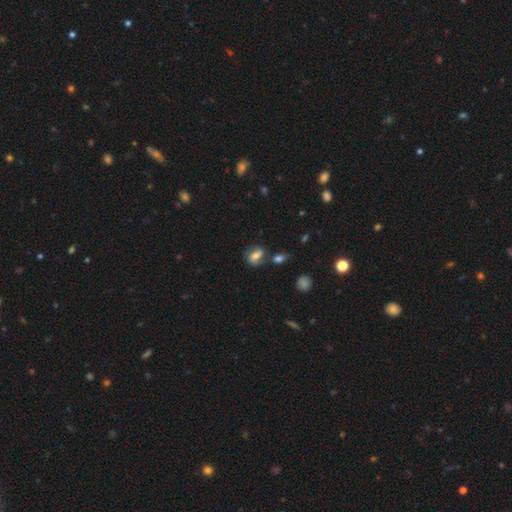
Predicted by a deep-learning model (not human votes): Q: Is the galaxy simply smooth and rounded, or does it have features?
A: smooth — 56%.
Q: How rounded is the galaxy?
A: in between — 64%.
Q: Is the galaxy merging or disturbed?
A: none — 53%.